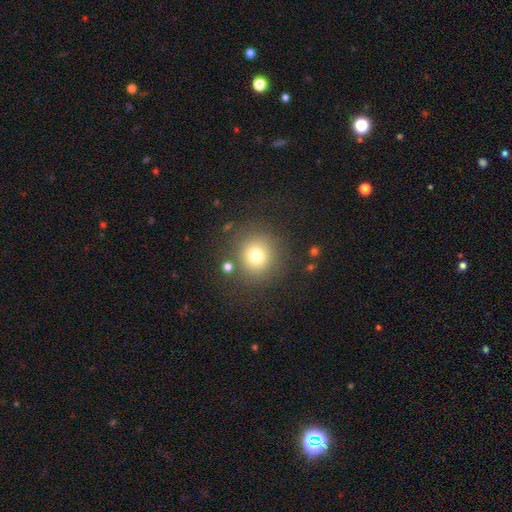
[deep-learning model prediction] Q: Smooth or featured?
A: smooth (75%); runner-up: star or artifact (15%)
Q: How rounded?
A: round (90%); runner-up: in between (9%)
Q: Merging?
A: none (82%); runner-up: minor disturbance (9%)